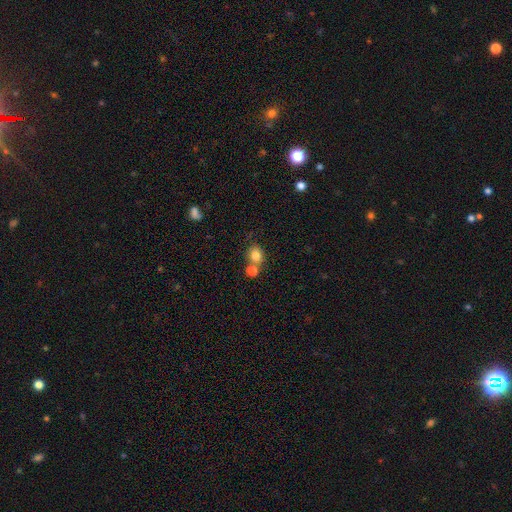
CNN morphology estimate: This appears to be a smooth galaxy with no disk features (82%) that is round (65%). Merging: none (54%).